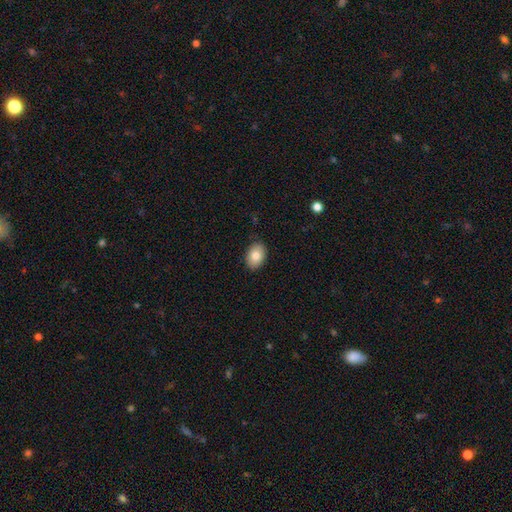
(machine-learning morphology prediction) Q: Smooth or featured?
A: smooth (82%); runner-up: featured or disk (11%)
Q: How rounded?
A: in between (83%); runner-up: round (16%)
Q: Merging?
A: none (88%); runner-up: minor disturbance (9%)